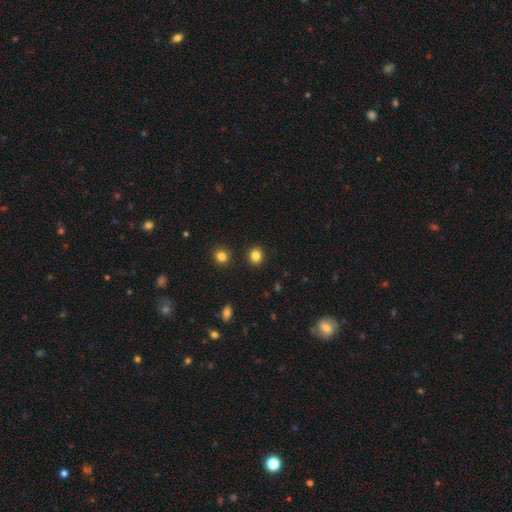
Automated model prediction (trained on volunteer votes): A smooth galaxy with no disk features (84%) that is round (82%).

Vote fractions:
- Smooth or featured? smooth: 84% / star or artifact: 12% / featured or disk: 4%
- How rounded? round: 82% / in between: 17% / cigar-shaped: 1%
- Merging? none: 91% / minor disturbance: 5% / merger: 2% / major disturbance: 2%